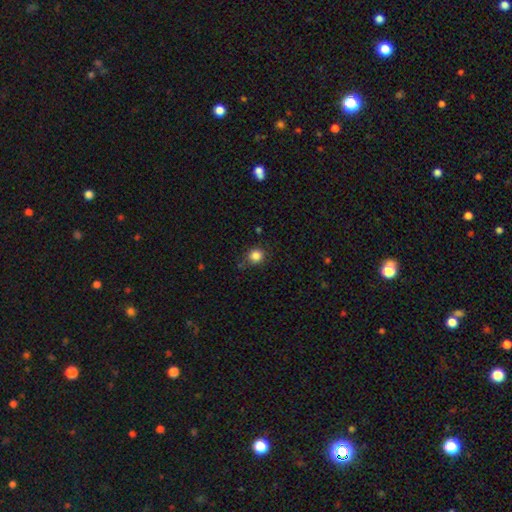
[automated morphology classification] This is clearly a smooth galaxy (85%). How rounded: clearly round (87%). Merging: clearly none (81%).